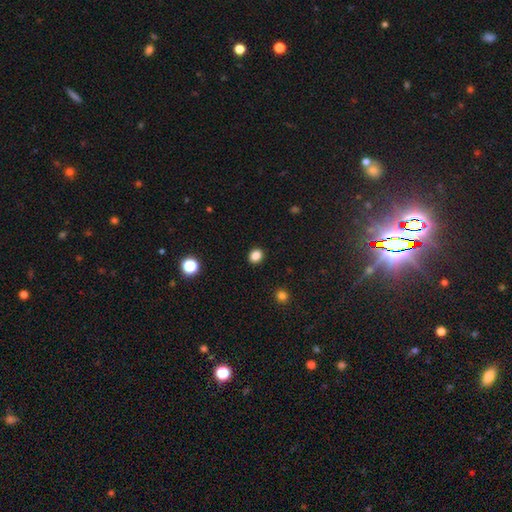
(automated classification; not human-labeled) Smooth or featured? Predicted: smooth (p=0.85). How rounded? Predicted: round (p=0.64). Merging? Predicted: none (p=0.91).